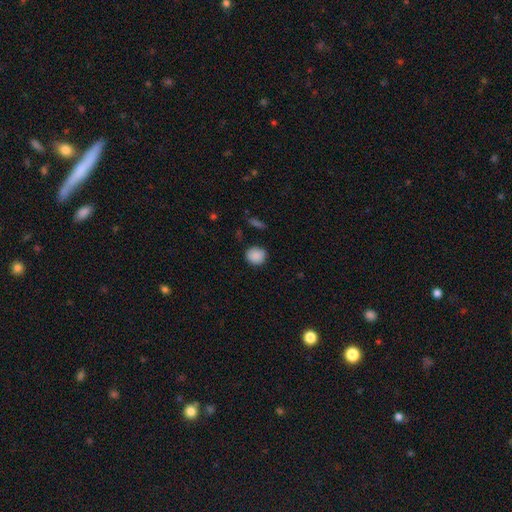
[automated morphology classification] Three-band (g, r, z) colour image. It shows a smooth galaxy with no disk features (88%) that is round (83%). Merging: none (84%).